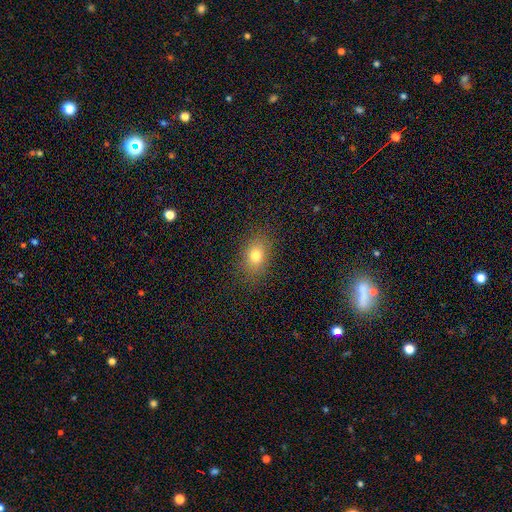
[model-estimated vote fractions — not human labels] Smooth or featured? Predicted: smooth (p=0.76). How rounded? Predicted: in between (p=0.68). Merging? Predicted: none (p=0.86).